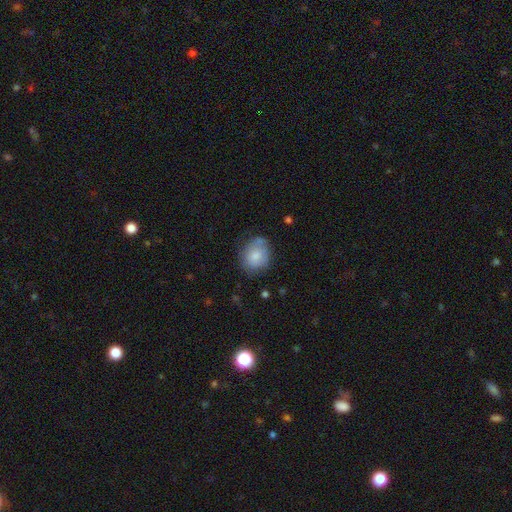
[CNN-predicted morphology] Smooth or featured?
  - smooth: 78% *
  - featured or disk: 15%
  - star or artifact: 7%
How rounded?
  - round: 54% *
  - in between: 45%
  - cigar-shaped: 1%
Merging?
  - none: 64% *
  - minor disturbance: 26%
  - major disturbance: 7%
  - merger: 3%